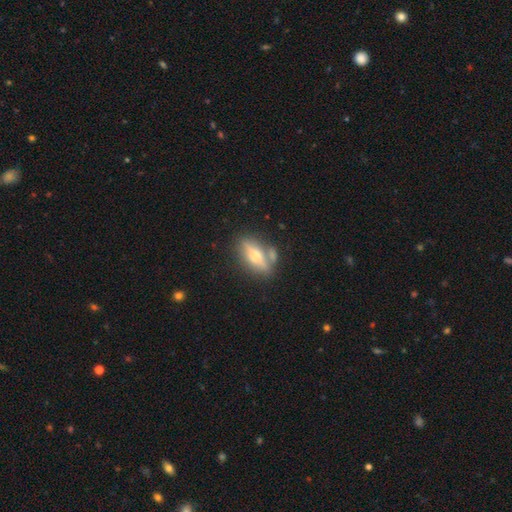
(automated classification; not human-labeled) Smooth or featured? Predicted: featured or disk (p=0.56). Edge-on disk? Predicted: yes (p=0.86). Merging? Predicted: none (p=0.70).